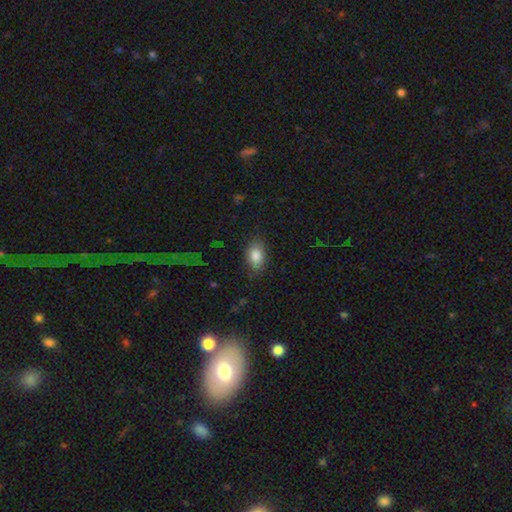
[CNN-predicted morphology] This appears to be a smooth galaxy with no disk features (84%) that is in between round and cigar-shaped (88%). Merging: none (80%).